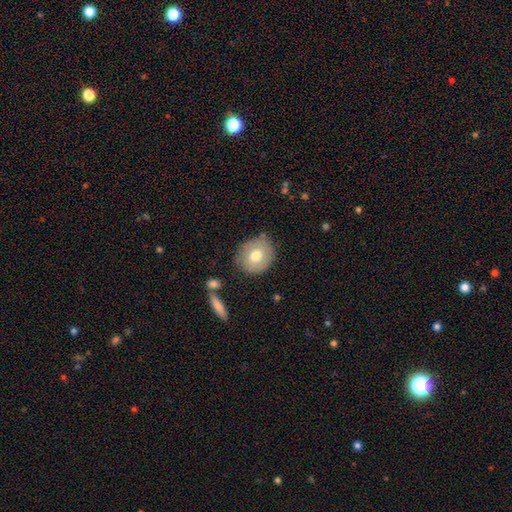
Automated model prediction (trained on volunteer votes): smooth 69%, featured or disk 23%, star or artifact 7%. Down the decision tree: how rounded — round (75%); merging — none (77%).